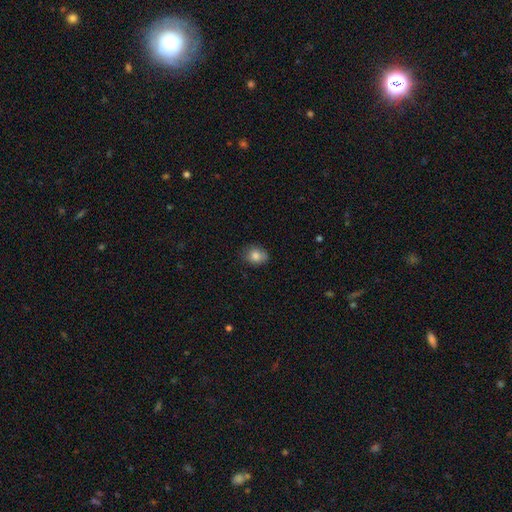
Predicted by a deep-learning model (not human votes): Smooth or featured? Predicted: smooth (p=0.83). How rounded? Predicted: in between (p=0.54). Merging? Predicted: none (p=0.74).